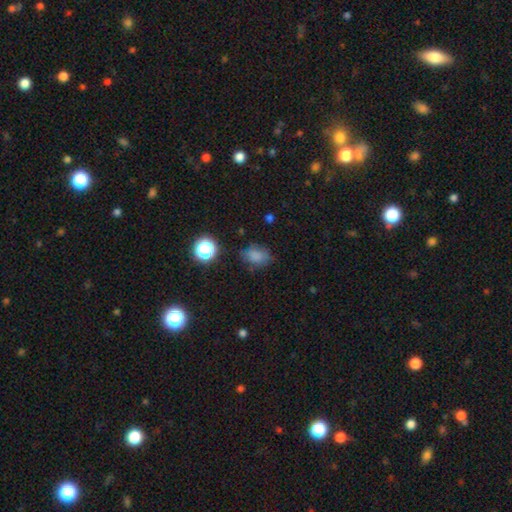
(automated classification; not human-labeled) A smooth galaxy with no disk features (76%) that is in between round and cigar-shaped (66%). Merging: none (66%).